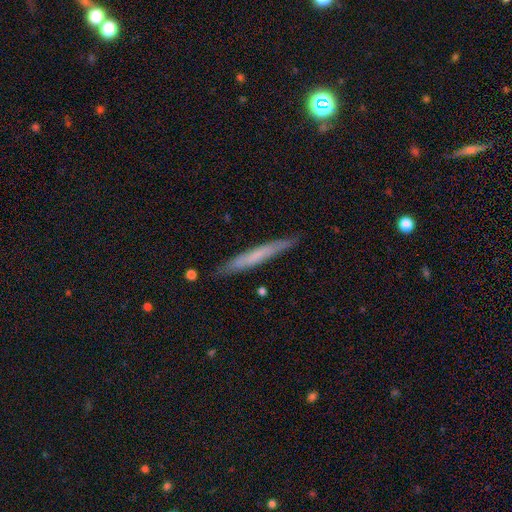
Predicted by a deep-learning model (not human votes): Smooth or featured?
  - smooth: 54% *
  - featured or disk: 40%
  - star or artifact: 6%
How rounded?
  - cigar-shaped: 96% *
  - in between: 3%
  - round: 1%
Merging?
  - none: 87% *
  - minor disturbance: 10%
  - major disturbance: 2%
  - merger: 1%